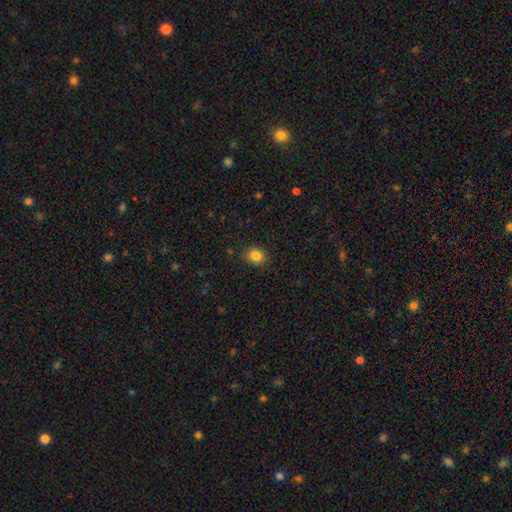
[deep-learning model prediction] The model was most divided on "how rounded": round: 50%, in between: 49%, cigar-shaped: 1%. More confident: merging — none (85%); smooth or featured — smooth (84%).